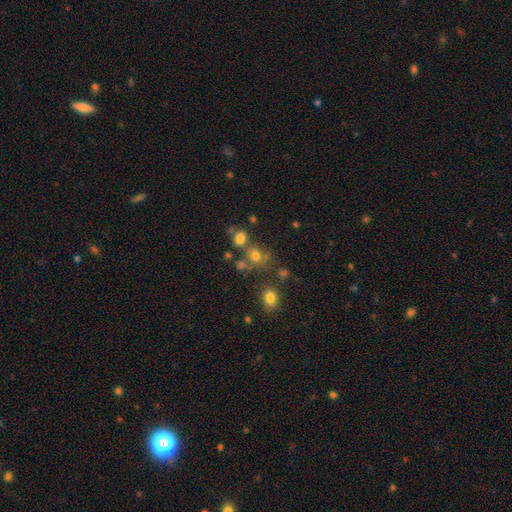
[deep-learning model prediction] A smooth galaxy with no disk features (72%) that is round (72%). Merging: none (57%).